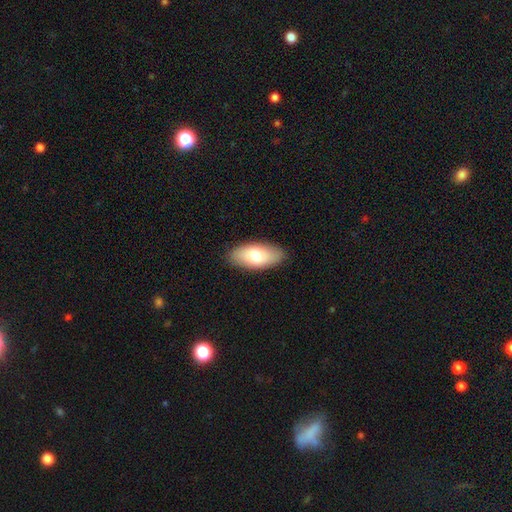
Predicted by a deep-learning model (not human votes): Morphology: type=smooth (75%); roundness=in between (90%); merging=none (88%).